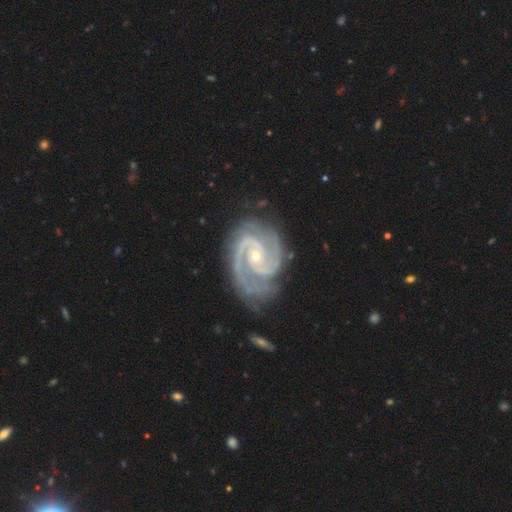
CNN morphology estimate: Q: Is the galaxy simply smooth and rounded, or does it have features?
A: featured or disk — 94%.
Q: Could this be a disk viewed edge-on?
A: no — 98%.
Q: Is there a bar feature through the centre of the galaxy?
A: no — 52%.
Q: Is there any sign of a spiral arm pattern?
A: yes — 99%.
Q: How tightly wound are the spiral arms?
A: tight — 53%.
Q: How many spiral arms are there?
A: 2 — 77%.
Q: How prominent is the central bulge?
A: small — 72%.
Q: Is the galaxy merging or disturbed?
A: none — 70%.